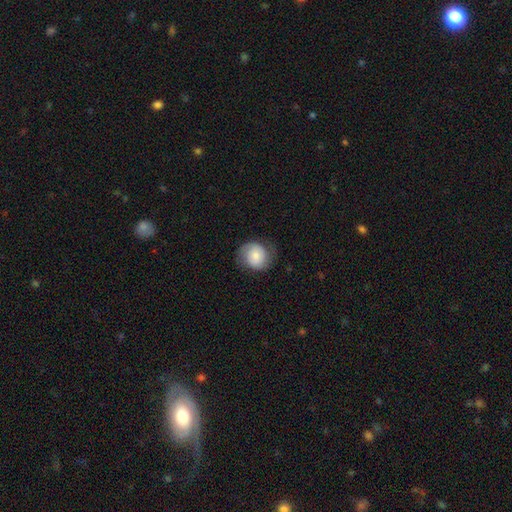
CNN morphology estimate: Smooth or featured: smooth — 51% (featured or disk — 41%)
How rounded: round — 80% (in between — 20%)
Merging: none — 72% (minor disturbance — 19%)